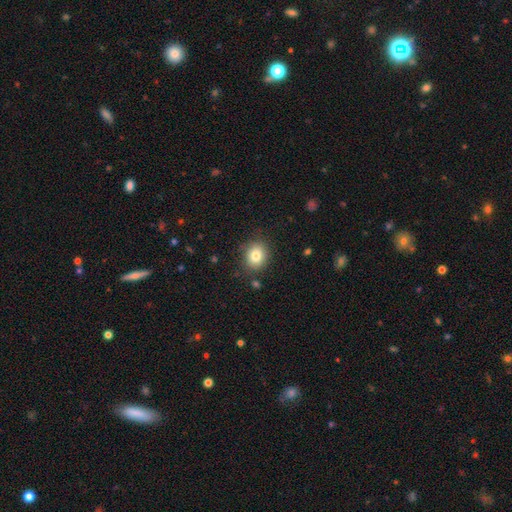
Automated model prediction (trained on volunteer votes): Overall: smooth (82%). How rounded: round (63%; in between 36%). Merging: none (84%).